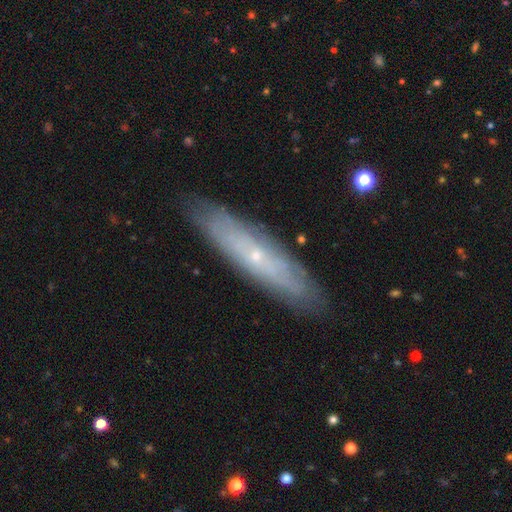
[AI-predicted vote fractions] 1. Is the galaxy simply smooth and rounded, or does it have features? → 66% featured or disk, 27% smooth, 7% star or artifact.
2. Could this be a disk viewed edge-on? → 57% no, 43% yes.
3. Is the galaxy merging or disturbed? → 87% none, 10% minor disturbance, 2% major disturbance, 1% merger.